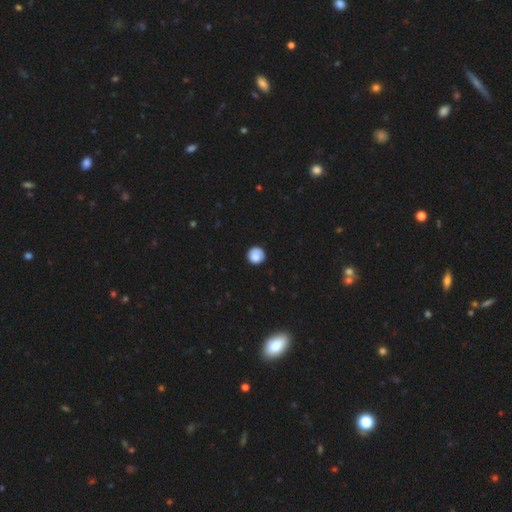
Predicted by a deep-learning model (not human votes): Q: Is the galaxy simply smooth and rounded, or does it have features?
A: smooth — 84%.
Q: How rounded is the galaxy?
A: round — 94%.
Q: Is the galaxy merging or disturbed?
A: none — 85%.